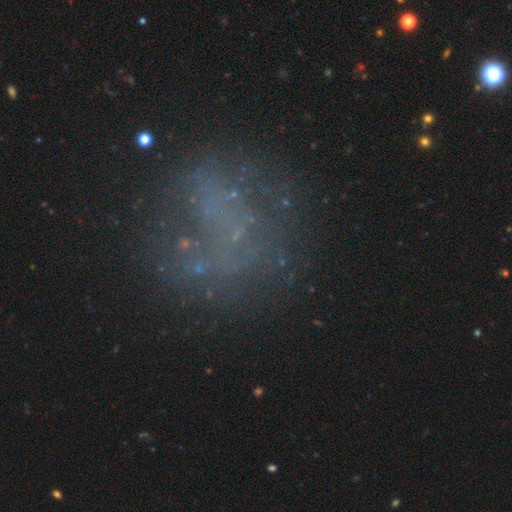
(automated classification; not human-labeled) smooth-or-featured: featured or disk: 44% | star or artifact: 28% | smooth: 28%
  merging: none: 62% | major disturbance: 18% | minor disturbance: 15% | merger: 5%